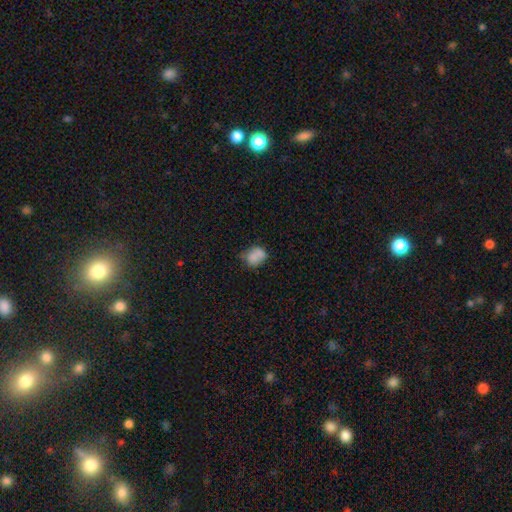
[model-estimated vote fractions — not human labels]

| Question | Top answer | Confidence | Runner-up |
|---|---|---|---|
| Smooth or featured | smooth | 77% | featured or disk (13%) |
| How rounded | in between | 55% | round (44%) |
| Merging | none | 50% | minor disturbance (32%) |